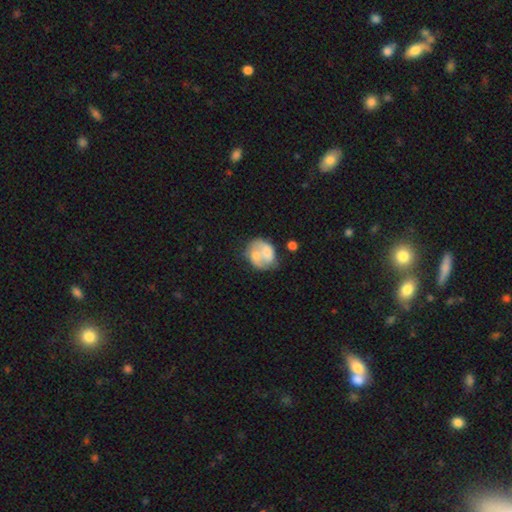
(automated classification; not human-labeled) Smooth or featured: smooth — 51% (featured or disk — 42%)
How rounded: round — 54% (in between — 45%)
Merging: merger — 44% (none — 27%)